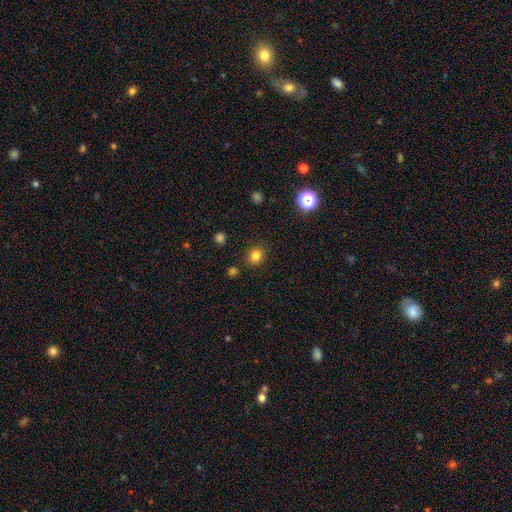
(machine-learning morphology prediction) This appears to be a smooth galaxy with no disk features (81%) that is round (82%). Merging: none (89%).